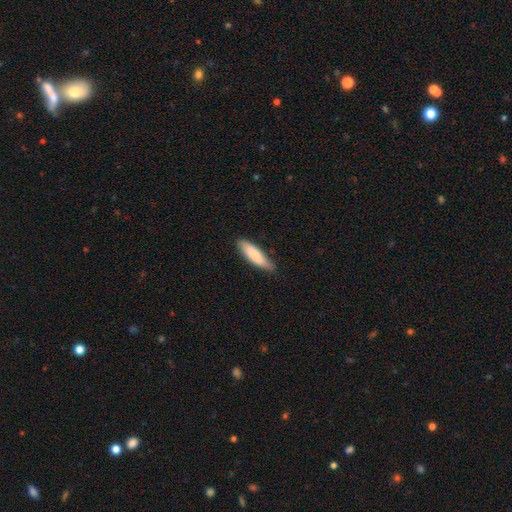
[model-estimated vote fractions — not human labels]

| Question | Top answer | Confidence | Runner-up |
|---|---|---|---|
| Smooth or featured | smooth | 82% | featured or disk (13%) |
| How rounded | cigar-shaped | 57% | in between (42%) |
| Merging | none | 79% | minor disturbance (18%) |